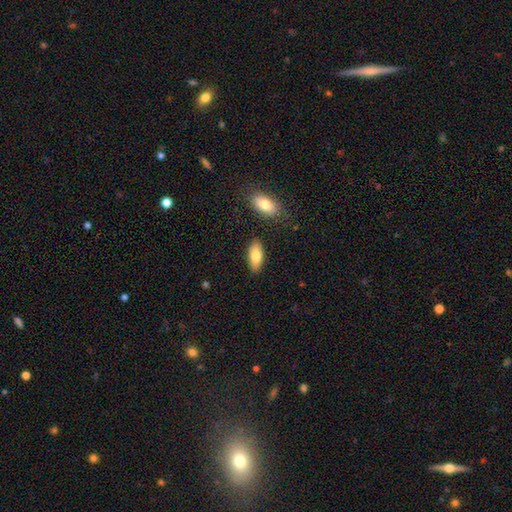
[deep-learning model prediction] Smooth or featured? smooth (81%)
How rounded? in between (85%)
Merging? none (83%)